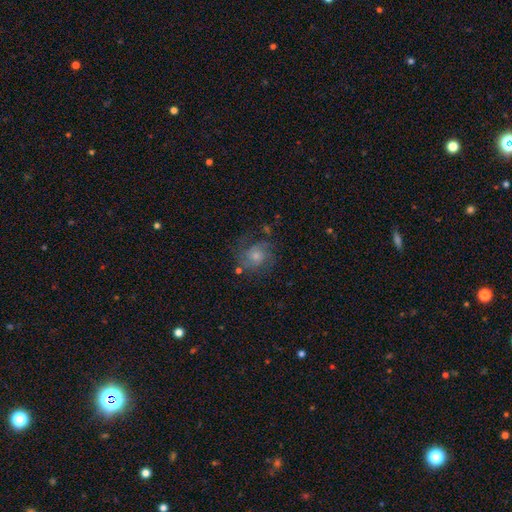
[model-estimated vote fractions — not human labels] Smooth or featured? Predicted: featured or disk (p=0.66). Edge-on disk? Predicted: no (p=0.98). Bar? Predicted: no (p=0.72). Spiral arms? Predicted: yes (p=0.91). Spiral winding? Predicted: medium (p=0.44). Spiral arm count? Predicted: 2 (p=0.42). Bulge size? Predicted: moderate (p=0.46). Merging? Predicted: none (p=0.71).